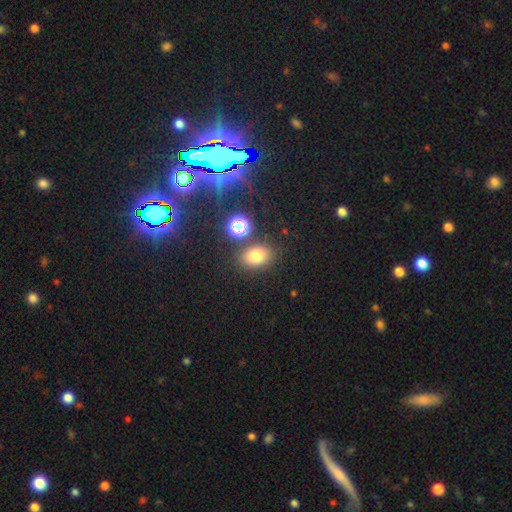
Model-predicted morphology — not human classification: The model was most divided on "how rounded": in between: 68%, round: 30%, cigar-shaped: 1%. More confident: merging — none (79%); smooth or featured — smooth (73%).